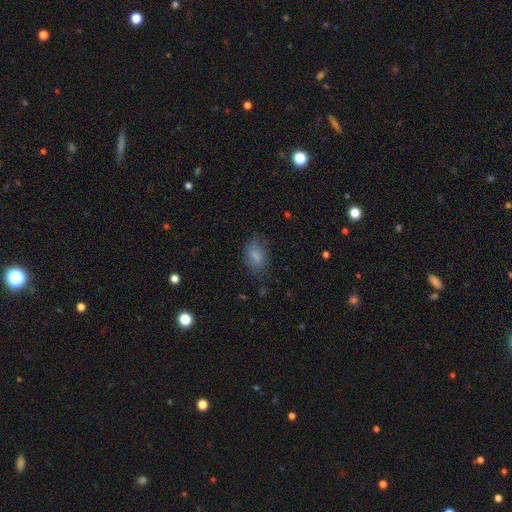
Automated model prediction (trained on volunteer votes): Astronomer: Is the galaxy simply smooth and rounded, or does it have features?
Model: smooth — 78%.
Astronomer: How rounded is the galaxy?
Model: in between — 80%.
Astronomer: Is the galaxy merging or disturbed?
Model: none — 64%.